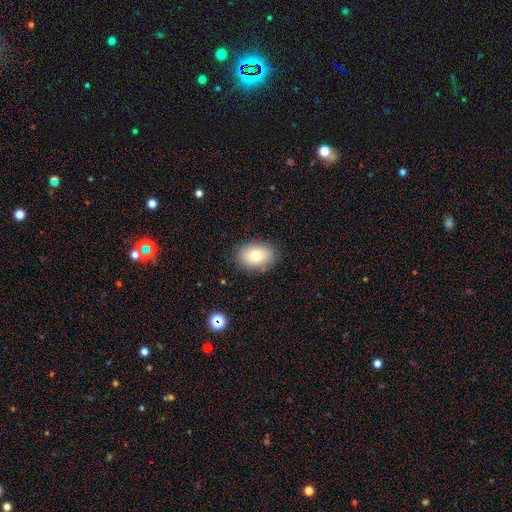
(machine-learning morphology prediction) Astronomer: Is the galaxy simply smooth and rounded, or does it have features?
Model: smooth — 77%.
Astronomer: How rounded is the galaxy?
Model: in between — 74%.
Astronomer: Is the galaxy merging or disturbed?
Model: none — 86%.